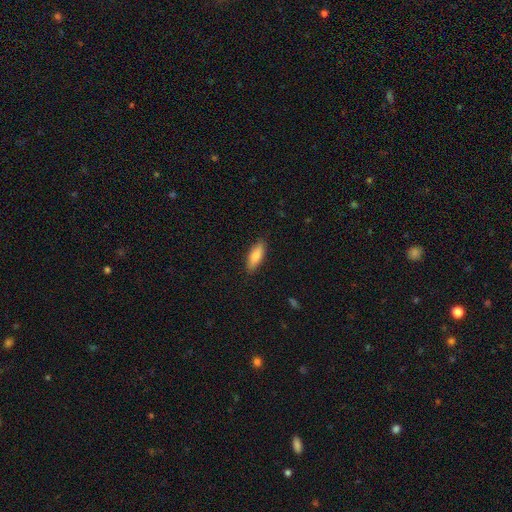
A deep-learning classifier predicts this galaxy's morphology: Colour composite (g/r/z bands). It shows a smooth galaxy with no disk features (82%) that is in between round and cigar-shaped (66%). Merging: none (87%).